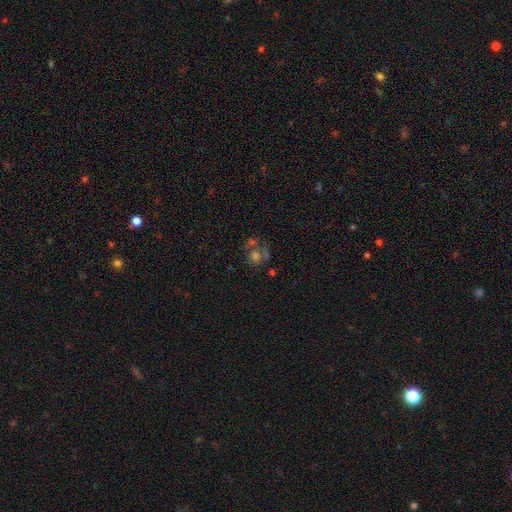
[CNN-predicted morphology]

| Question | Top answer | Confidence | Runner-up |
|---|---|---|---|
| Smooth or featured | featured or disk | 38% | smooth (36%) |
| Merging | none | 44% | merger (26%) |